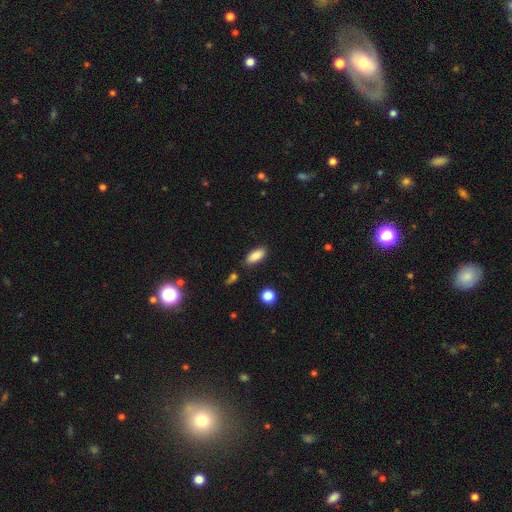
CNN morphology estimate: type=smooth (86%); roundness=in between (85%); merging=none (85%).